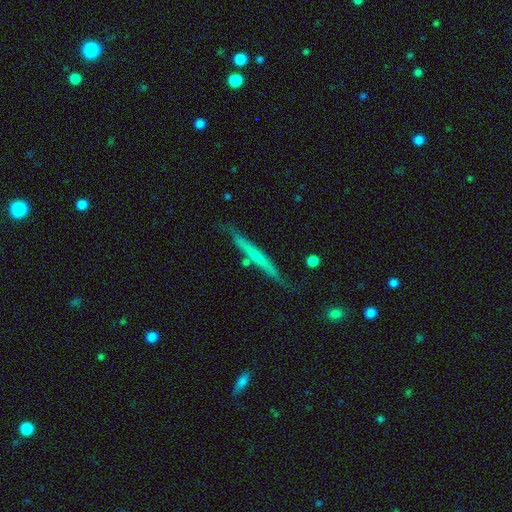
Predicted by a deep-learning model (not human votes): smooth-or-featured: featured or disk: 54% | smooth: 40% | star or artifact: 6%
  disk-edge-on: yes: 95% | no: 5%
    edge-on-bulge: none: 69% | rounded: 26% | boxy: 5%
  merging: none: 79% | minor disturbance: 14% | merger: 4% | major disturbance: 3%